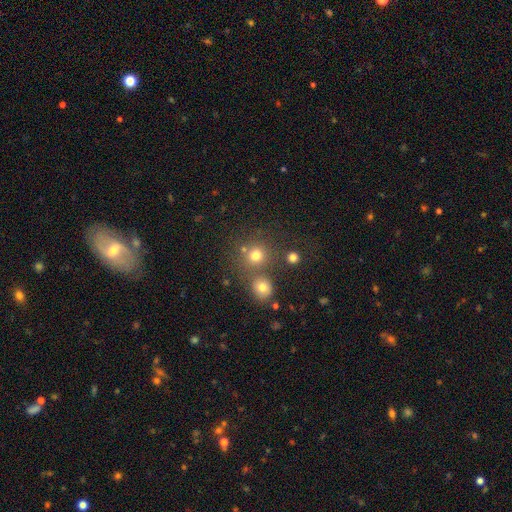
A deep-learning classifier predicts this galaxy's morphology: A smooth galaxy with no disk features (75%) that is round (89%). Merging: none (67%).